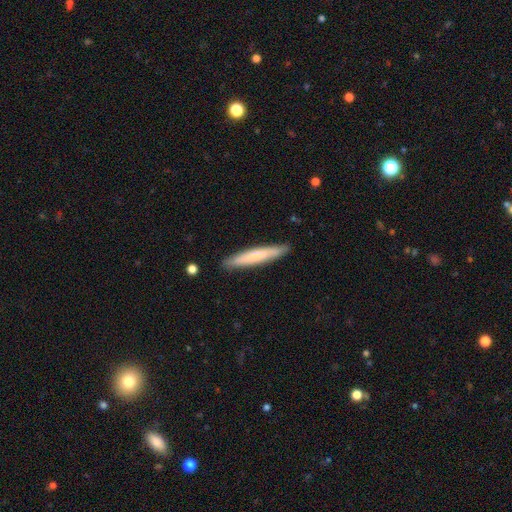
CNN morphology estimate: smooth_or_featured: smooth (p=0.68) [alt: featured or disk p=0.27]
how_rounded: cigar-shaped (p=0.94) [alt: in between p=0.05]
merging: none (p=0.89) [alt: minor disturbance p=0.08]